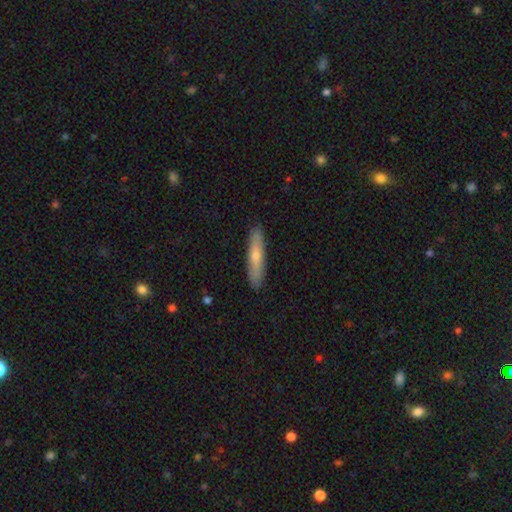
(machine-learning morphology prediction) Smooth or featured? Predicted: smooth (p=0.60). How rounded? Predicted: cigar-shaped (p=0.88). Merging? Predicted: none (p=0.90).